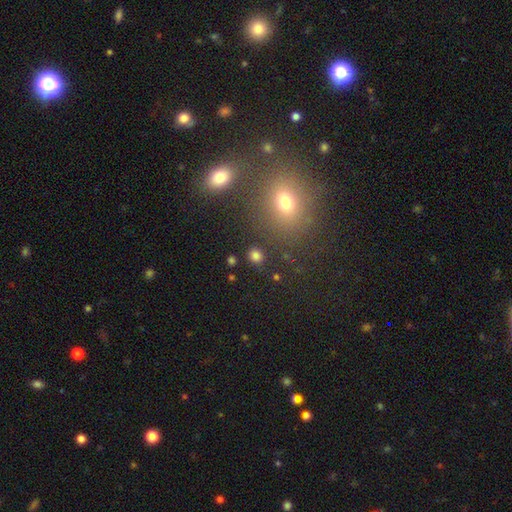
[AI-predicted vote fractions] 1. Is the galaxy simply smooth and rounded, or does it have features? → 78% smooth, 17% star or artifact, 5% featured or disk.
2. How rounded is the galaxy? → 77% round, 22% in between, 1% cigar-shaped.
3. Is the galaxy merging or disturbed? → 87% none, 7% minor disturbance, 3% merger, 3% major disturbance.